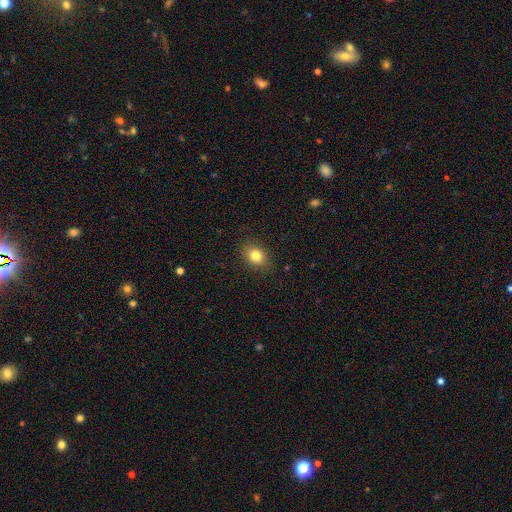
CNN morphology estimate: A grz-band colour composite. It shows a smooth galaxy with no disk features (82%) that is in between round and cigar-shaped (52%). Merging: none (87%).